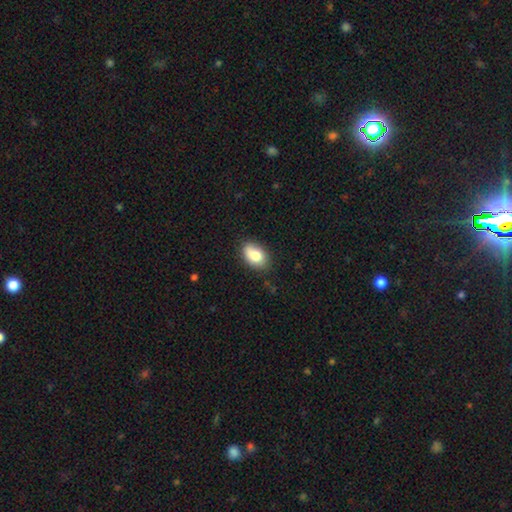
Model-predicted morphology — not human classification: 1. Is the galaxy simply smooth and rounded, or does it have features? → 82% smooth, 10% featured or disk, 8% star or artifact.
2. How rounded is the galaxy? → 88% in between, 11% round, 1% cigar-shaped.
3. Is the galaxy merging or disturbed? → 75% none, 20% minor disturbance, 4% major disturbance, 2% merger.